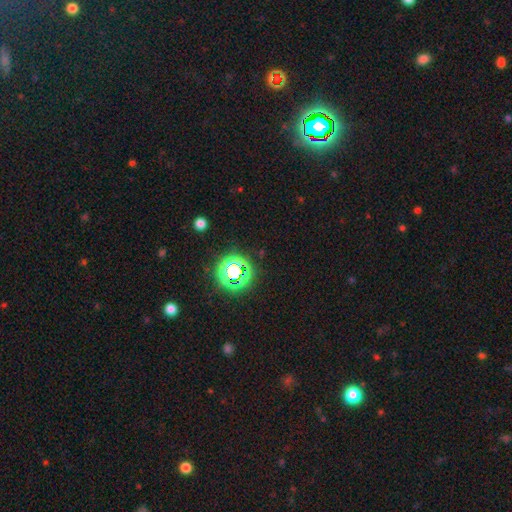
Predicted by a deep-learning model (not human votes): Overall: star or artifact (78%).